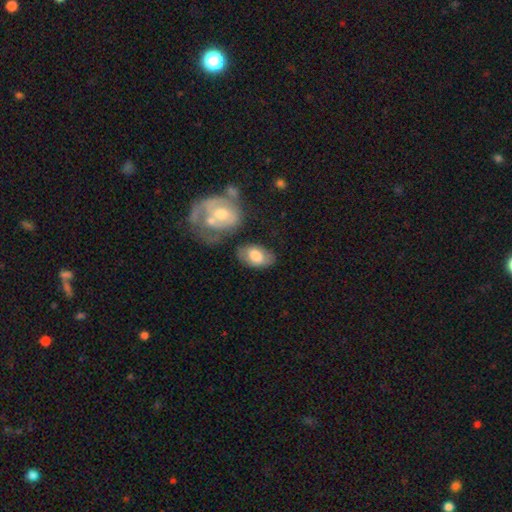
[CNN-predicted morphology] Smooth or featured: smooth — 72% (featured or disk — 22%)
How rounded: in between — 90% (round — 8%)
Merging: none — 66% (minor disturbance — 18%)